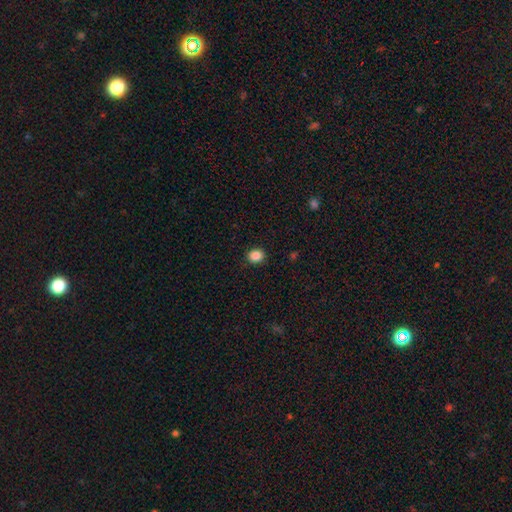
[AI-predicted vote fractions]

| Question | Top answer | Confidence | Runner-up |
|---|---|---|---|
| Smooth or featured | smooth | 87% | star or artifact (10%) |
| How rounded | round | 64% | in between (36%) |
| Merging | none | 90% | minor disturbance (7%) |